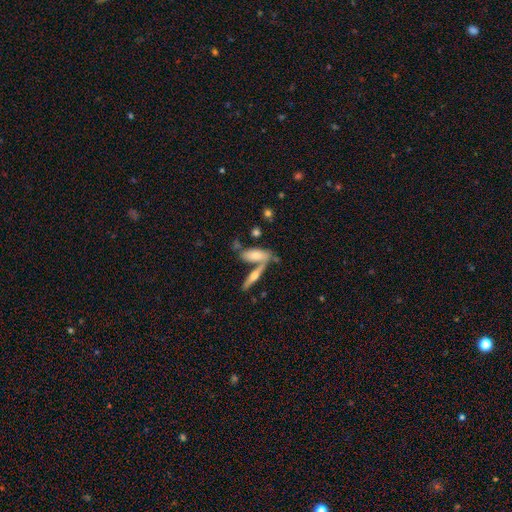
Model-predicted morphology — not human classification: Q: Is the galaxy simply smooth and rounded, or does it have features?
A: smooth — 48%.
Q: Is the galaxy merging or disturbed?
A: none — 45%.